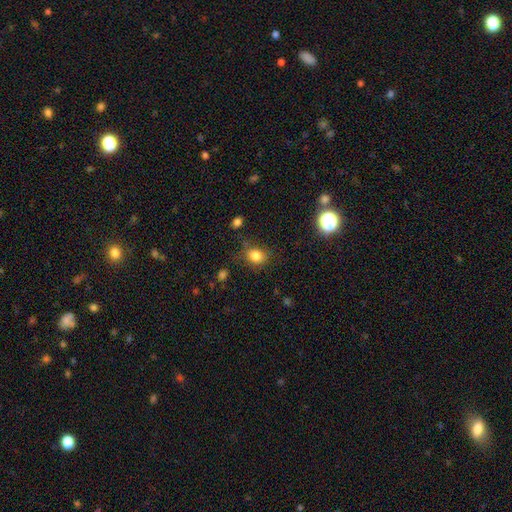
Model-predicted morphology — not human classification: Smooth or featured: smooth — 81% (star or artifact — 12%)
How rounded: round — 54% (in between — 45%)
Merging: none — 74% (minor disturbance — 18%)